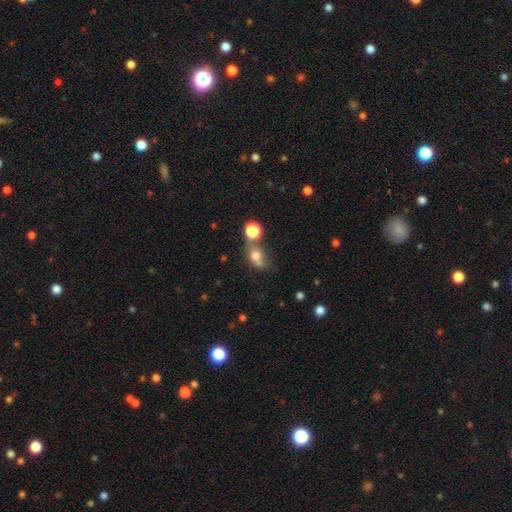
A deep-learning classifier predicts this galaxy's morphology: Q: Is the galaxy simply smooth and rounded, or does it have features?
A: smooth — 70%.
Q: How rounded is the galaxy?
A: round — 53%.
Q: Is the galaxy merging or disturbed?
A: none — 42%.